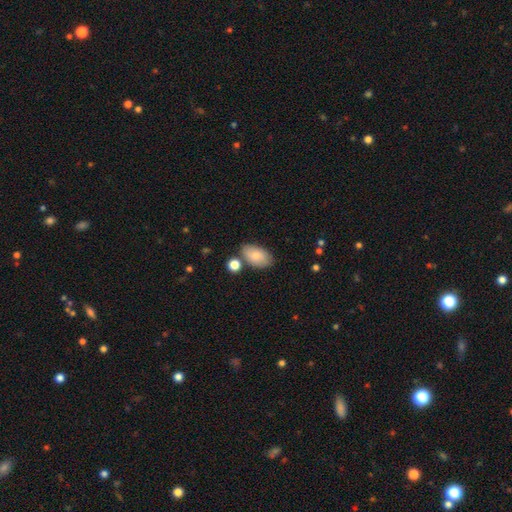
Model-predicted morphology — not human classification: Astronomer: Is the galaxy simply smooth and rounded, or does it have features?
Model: smooth — 80%.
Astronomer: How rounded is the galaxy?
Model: in between — 93%.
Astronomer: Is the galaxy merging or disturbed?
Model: none — 71%.